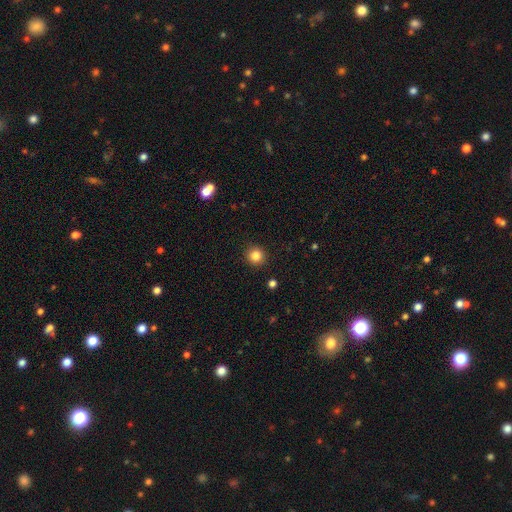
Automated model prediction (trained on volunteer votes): This is clearly a smooth galaxy (84%). How rounded: clearly round (94%). Merging: clearly none (92%).